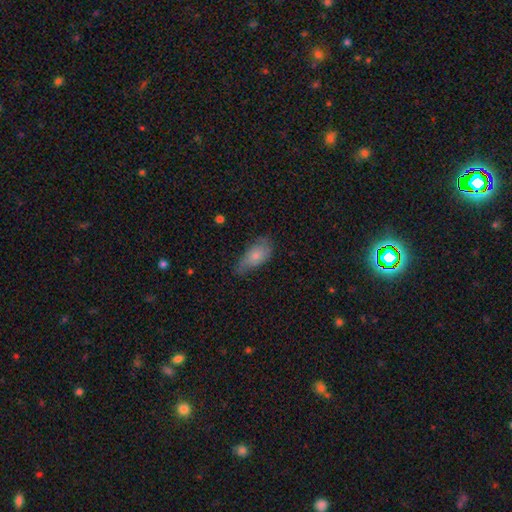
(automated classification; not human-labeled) Smooth or featured? smooth (70%)
How rounded? in between (89%)
Merging? none (47%)